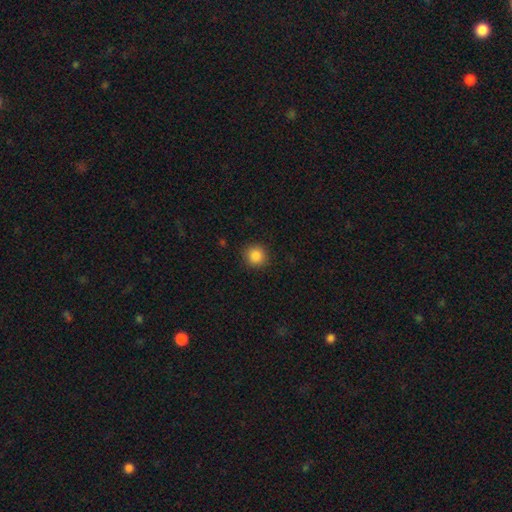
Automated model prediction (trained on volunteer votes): smooth_or_featured: smooth (p=0.87) [alt: star or artifact p=0.10]
how_rounded: round (p=0.93) [alt: in between p=0.06]
merging: none (p=0.90) [alt: minor disturbance p=0.07]